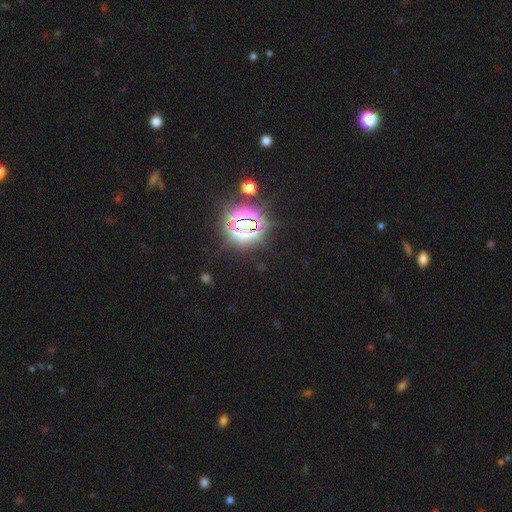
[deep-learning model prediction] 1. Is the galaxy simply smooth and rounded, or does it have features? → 81% star or artifact, 13% smooth, 5% featured or disk.